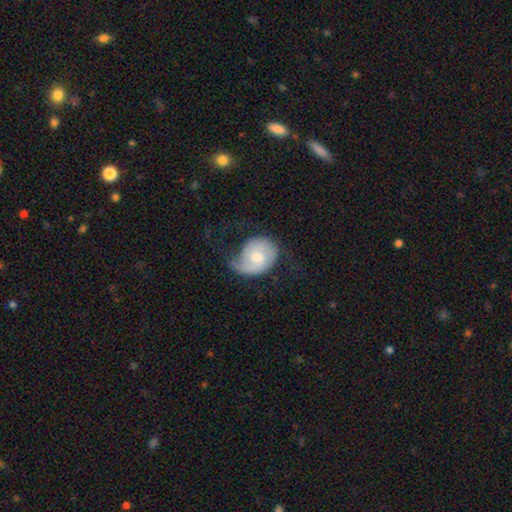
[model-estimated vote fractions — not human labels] A featured or disk galaxy (57%) with no bar (61%), spiral arms (82%) and a moderate central bulge (64%). Merging: none (37%).